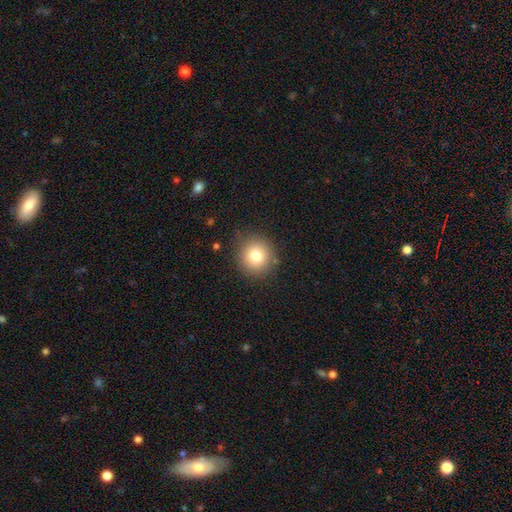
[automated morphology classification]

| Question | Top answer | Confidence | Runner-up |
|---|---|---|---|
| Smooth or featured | smooth | 80% | star or artifact (11%) |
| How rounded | round | 92% | in between (8%) |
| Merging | none | 85% | minor disturbance (10%) |